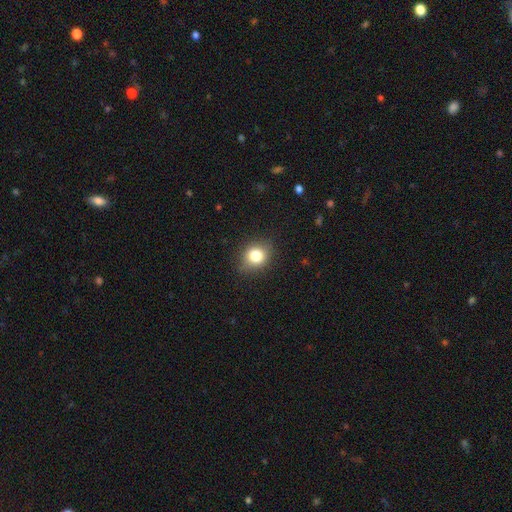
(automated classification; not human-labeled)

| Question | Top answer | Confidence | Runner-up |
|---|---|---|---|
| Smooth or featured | smooth | 80% | star or artifact (11%) |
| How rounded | round | 63% | in between (36%) |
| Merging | none | 81% | minor disturbance (15%) |